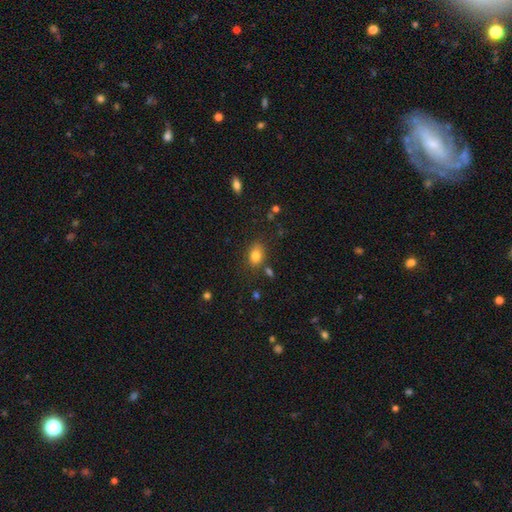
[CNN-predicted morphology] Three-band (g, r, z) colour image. It shows a smooth galaxy with no disk features (81%) that is in between round and cigar-shaped (72%). Merging: none (77%).